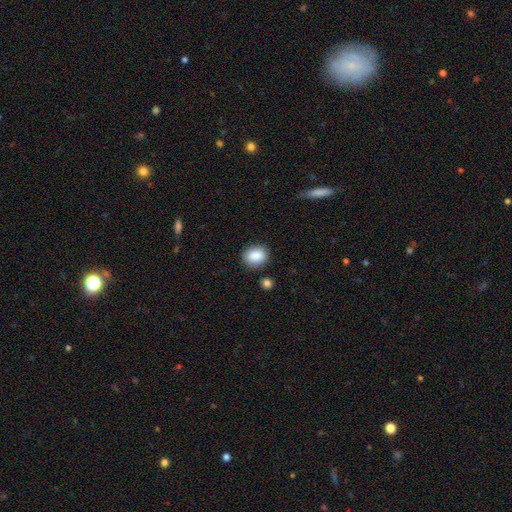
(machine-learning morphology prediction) Overall: smooth (88%). How rounded: round (54%; in between 45%). Merging: none (86%).